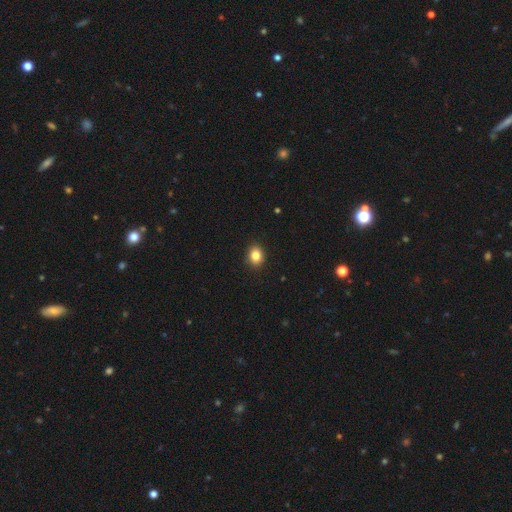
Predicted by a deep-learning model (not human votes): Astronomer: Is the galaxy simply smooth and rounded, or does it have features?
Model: smooth — 84%.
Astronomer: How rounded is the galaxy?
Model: round — 52% (runner-up: in between, 47%).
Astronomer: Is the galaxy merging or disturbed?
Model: none — 91%.